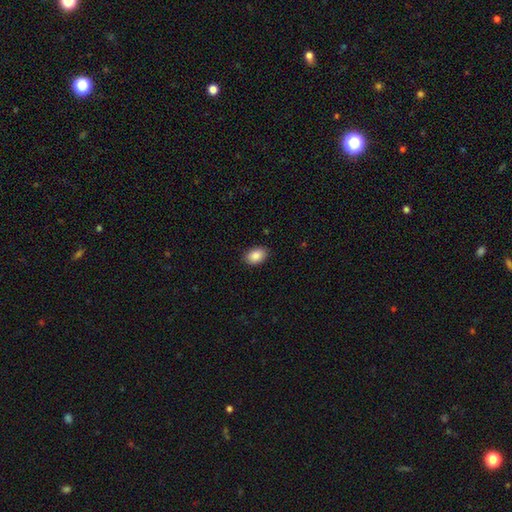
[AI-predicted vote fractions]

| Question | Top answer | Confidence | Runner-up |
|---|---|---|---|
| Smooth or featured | smooth | 88% | star or artifact (7%) |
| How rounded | in between | 86% | round (13%) |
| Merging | none | 88% | minor disturbance (9%) |